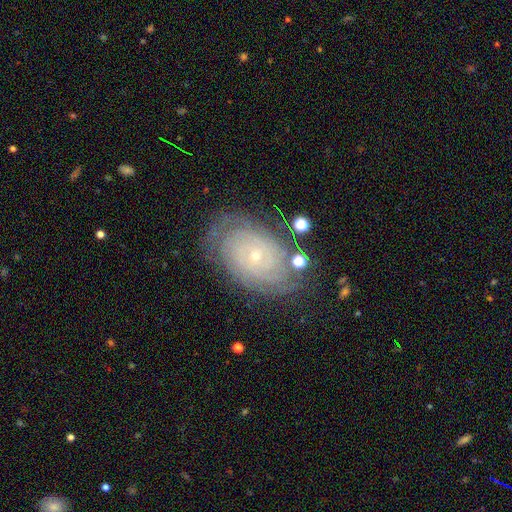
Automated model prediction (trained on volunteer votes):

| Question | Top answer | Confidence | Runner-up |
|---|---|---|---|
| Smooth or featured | featured or disk | 83% | smooth (10%) |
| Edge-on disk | no | 96% | yes (4%) |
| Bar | no | 82% | weak (13%) |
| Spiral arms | yes | 95% | no (5%) |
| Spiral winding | tight | 86% | medium (11%) |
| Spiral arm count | can't tell | 38% | 2 (17%) |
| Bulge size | small | 82% | moderate (15%) |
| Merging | none | 77% | minor disturbance (16%) |